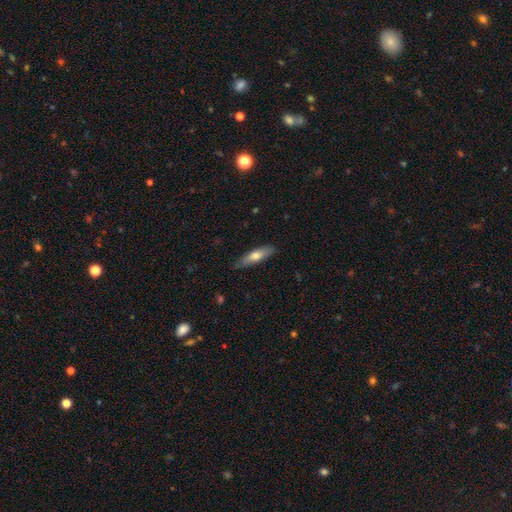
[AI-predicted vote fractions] Overall: smooth (66%; featured or disk 29%). How rounded: cigar-shaped (64%; in between 34%). Merging: none (82%).